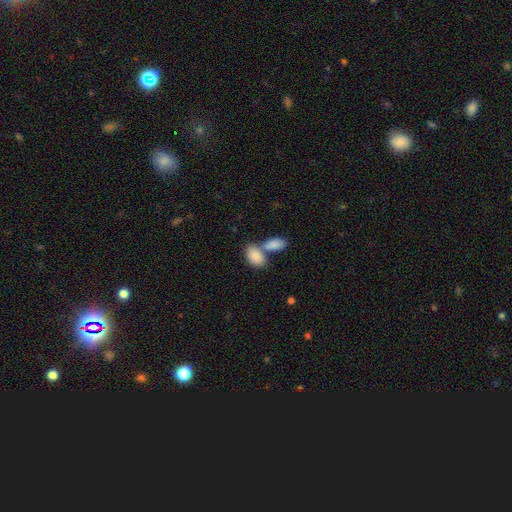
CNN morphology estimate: Smooth or featured? smooth (87%)
How rounded? in between (93%)
Merging? merger (51%)